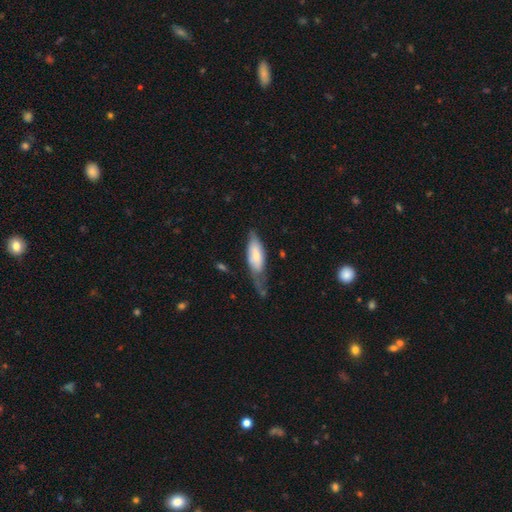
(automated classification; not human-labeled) smooth-or-featured: smooth: 60% | featured or disk: 34% | star or artifact: 6%
  how-rounded: in between: 70% | cigar-shaped: 28% | round: 2%
  merging: minor disturbance: 36% | none: 31% | major disturbance: 30% | merger: 4%